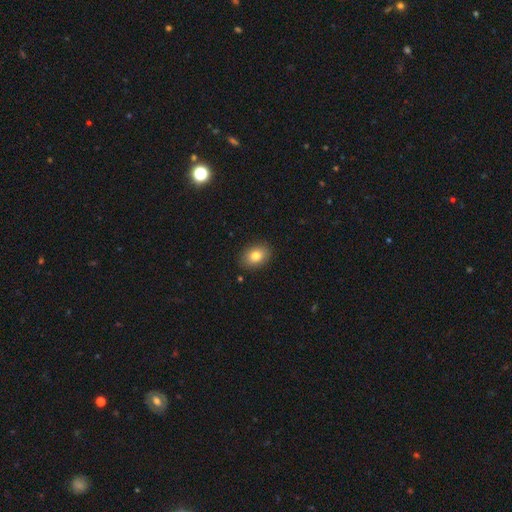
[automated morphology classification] Overall: smooth (81%). How rounded: in between (69%; round 30%). Merging: none (89%).